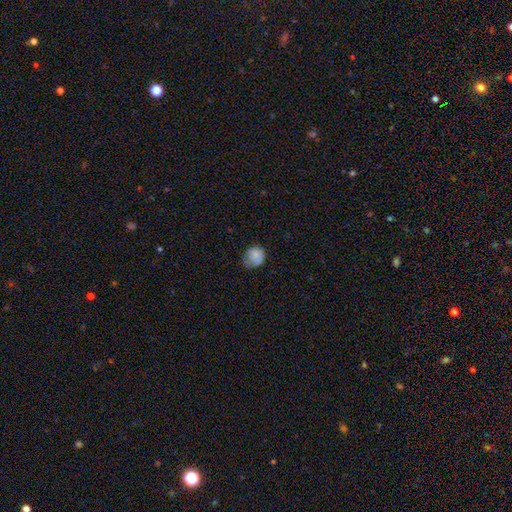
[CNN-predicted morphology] Overall: smooth (83%). How rounded: round (71%). Merging: none (60%; minor disturbance 31%).